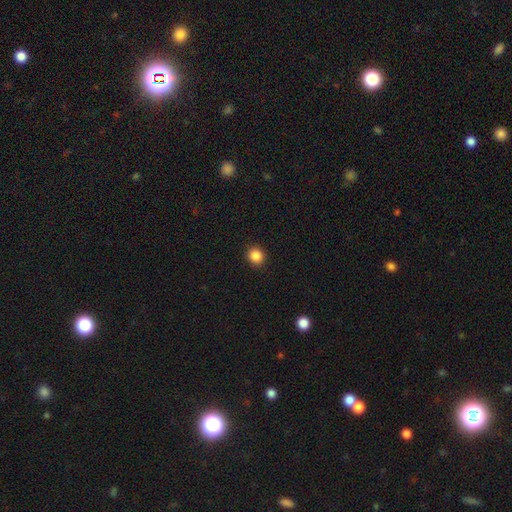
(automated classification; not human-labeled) A smooth galaxy with no disk features (86%) that is round (89%). Merging: none (92%).